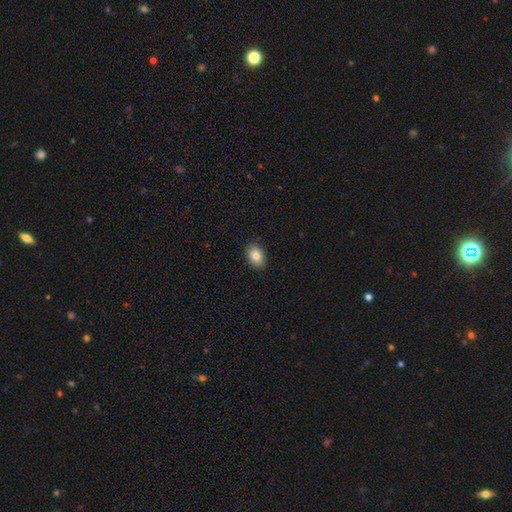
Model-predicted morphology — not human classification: smooth 85%, star or artifact 8%, featured or disk 7%. Down the decision tree: how rounded — in between (78%); merging — none (89%).